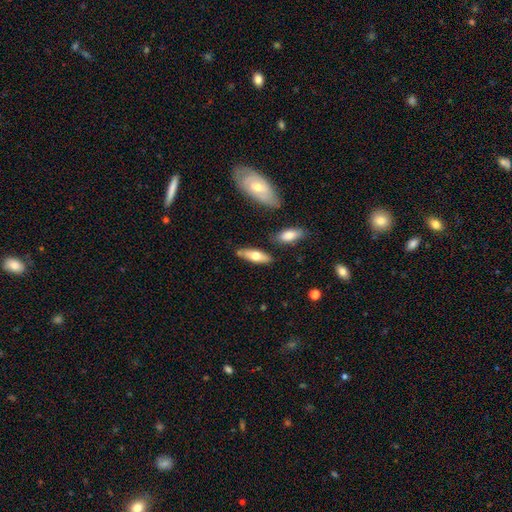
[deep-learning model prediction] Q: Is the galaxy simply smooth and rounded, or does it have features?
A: smooth — 63%.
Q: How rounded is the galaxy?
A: in between — 59%.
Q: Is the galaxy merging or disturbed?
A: none — 78%.